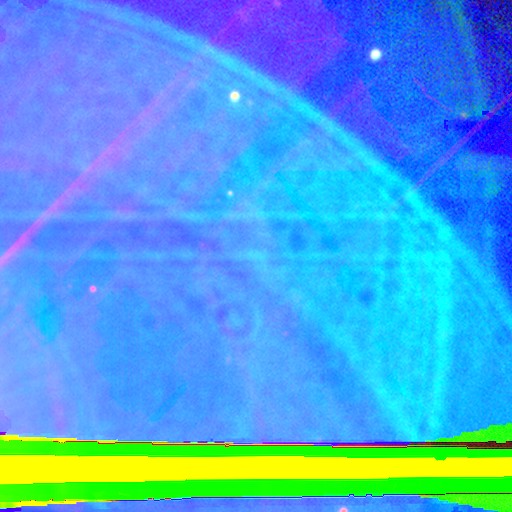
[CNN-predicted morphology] star or artifact 85%, smooth 8%, featured or disk 7%.